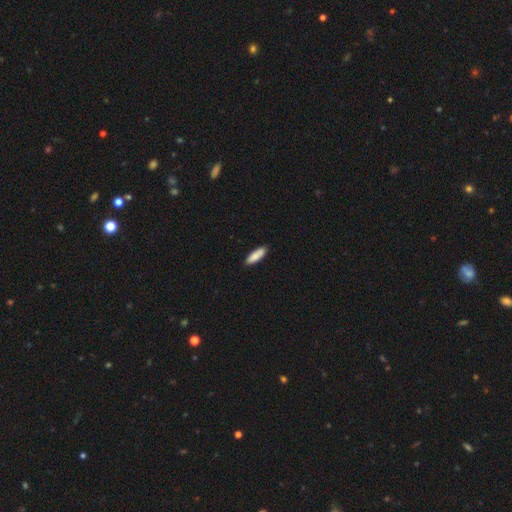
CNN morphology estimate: Q: Smooth or featured?
A: smooth (86%); runner-up: featured or disk (9%)
Q: How rounded?
A: cigar-shaped (52%); runner-up: in between (47%)
Q: Merging?
A: none (87%); runner-up: minor disturbance (10%)